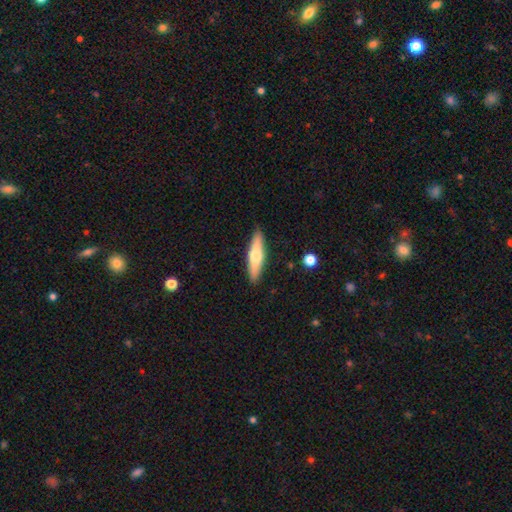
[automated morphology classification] This appears to be a smooth galaxy with no disk features (52%) that is cigar-shaped (70%). Merging: none (89%).